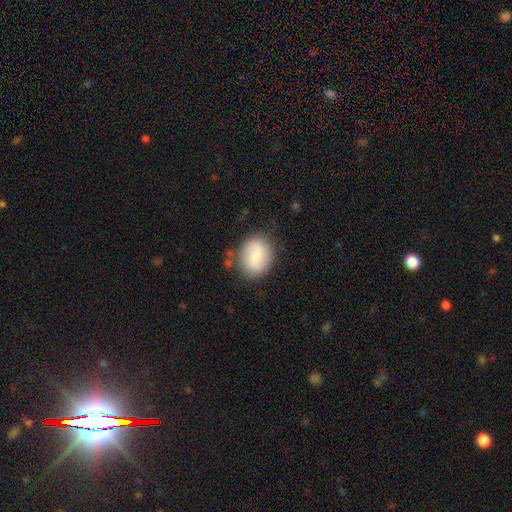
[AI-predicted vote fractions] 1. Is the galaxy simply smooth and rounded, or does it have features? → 74% smooth, 19% featured or disk, 7% star or artifact.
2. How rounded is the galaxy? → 54% round, 45% in between, 1% cigar-shaped.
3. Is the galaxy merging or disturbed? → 75% none, 16% minor disturbance, 5% major disturbance, 4% merger.